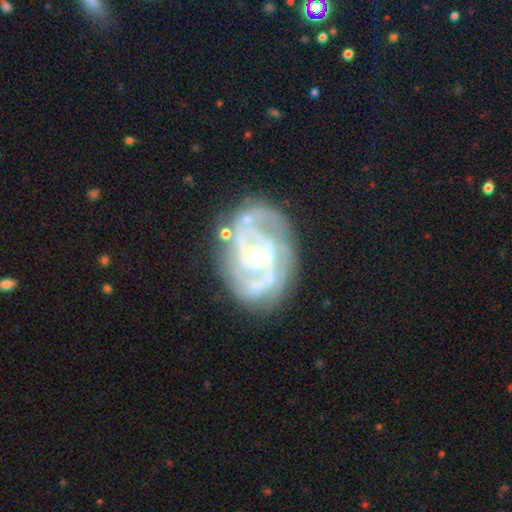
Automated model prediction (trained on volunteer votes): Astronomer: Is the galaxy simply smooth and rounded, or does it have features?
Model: featured or disk — 88%.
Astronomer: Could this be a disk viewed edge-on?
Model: no — 97%.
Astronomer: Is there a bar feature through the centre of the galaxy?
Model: no — 61%.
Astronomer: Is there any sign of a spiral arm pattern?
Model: yes — 92%.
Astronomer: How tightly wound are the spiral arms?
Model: tight — 54% (runner-up: medium, 38%).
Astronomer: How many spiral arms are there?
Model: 2 — 53%.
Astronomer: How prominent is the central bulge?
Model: small — 50% (runner-up: moderate, 46%).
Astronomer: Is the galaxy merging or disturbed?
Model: none — 70%.